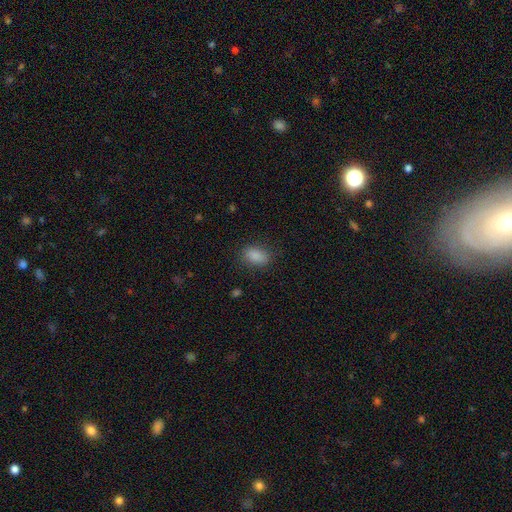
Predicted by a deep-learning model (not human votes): Q: Smooth or featured?
A: smooth (87%); runner-up: star or artifact (8%)
Q: How rounded?
A: in between (87%); runner-up: round (10%)
Q: Merging?
A: none (81%); runner-up: minor disturbance (13%)